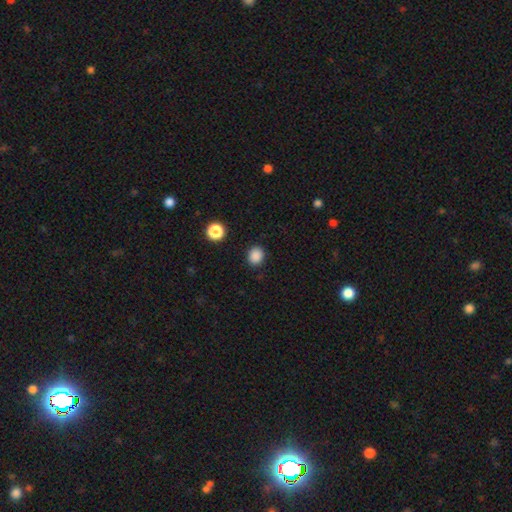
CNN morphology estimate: type=smooth (87%); roundness=round (74%); merging=none (89%).